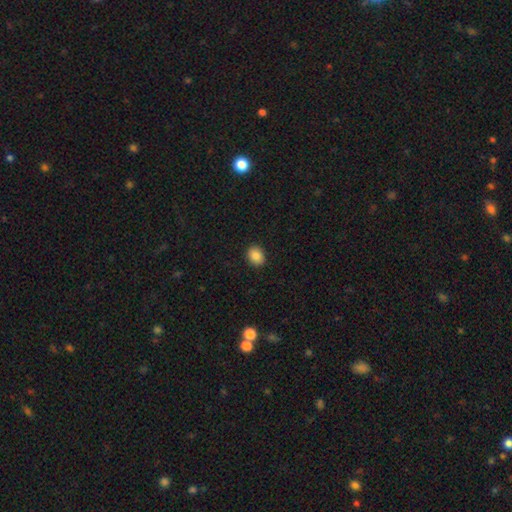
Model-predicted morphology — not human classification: Q: Smooth or featured?
A: smooth (86%); runner-up: star or artifact (9%)
Q: How rounded?
A: round (54%); runner-up: in between (45%)
Q: Merging?
A: none (91%); runner-up: minor disturbance (6%)